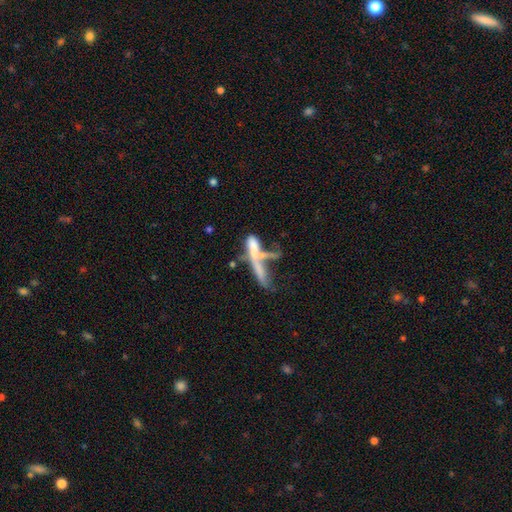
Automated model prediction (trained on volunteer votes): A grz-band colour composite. It shows a featured or disk galaxy (45%). Merging: merger (52%).